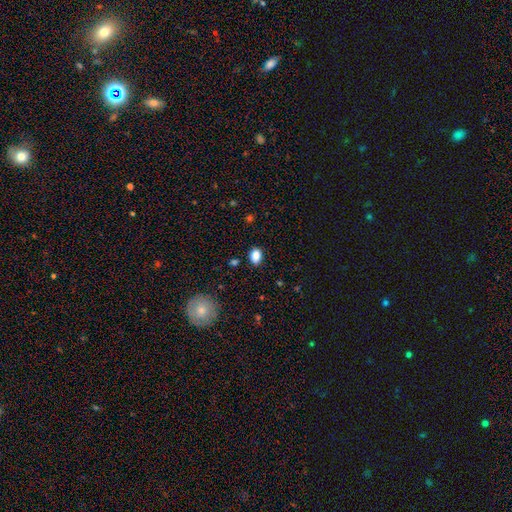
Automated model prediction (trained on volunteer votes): This appears to be a smooth galaxy with no disk features (86%) that is in between round and cigar-shaped (77%). Merging: none (85%).